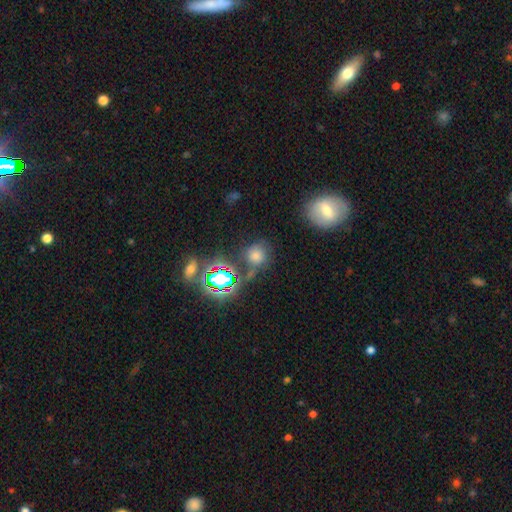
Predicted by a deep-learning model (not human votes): A smooth galaxy with no disk features (62%) that is round (86%).

Vote fractions:
- Smooth or featured? smooth: 62% / star or artifact: 29% / featured or disk: 10%
- How rounded? round: 86% / in between: 13% / cigar-shaped: 1%
- Merging? none: 66% / minor disturbance: 14% / merger: 13% / major disturbance: 7%